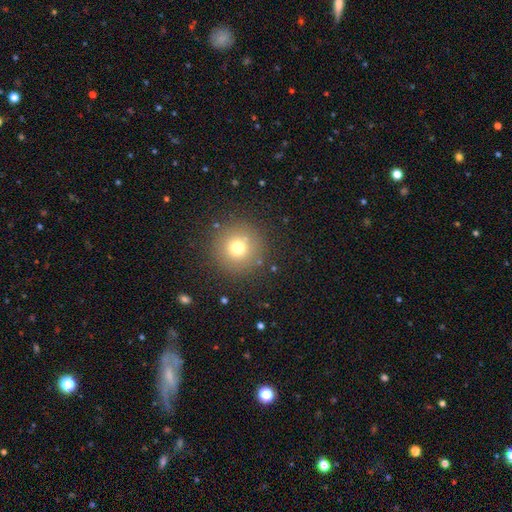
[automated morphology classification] Smooth or featured? Predicted: smooth (p=0.62). How rounded? Predicted: round (p=0.95). Merging? Predicted: none (p=0.90).